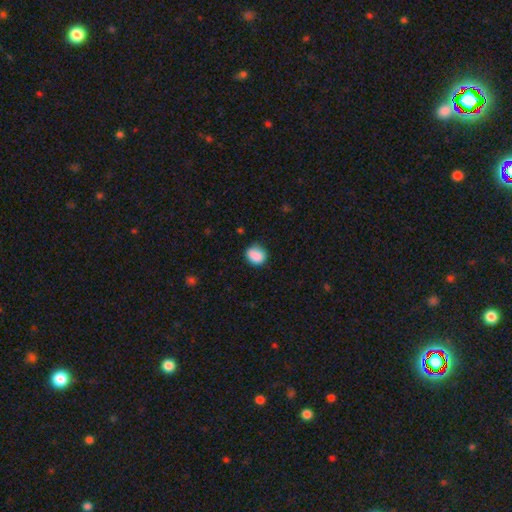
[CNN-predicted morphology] type=smooth (87%); roundness=round (63%); merging=none (72%).